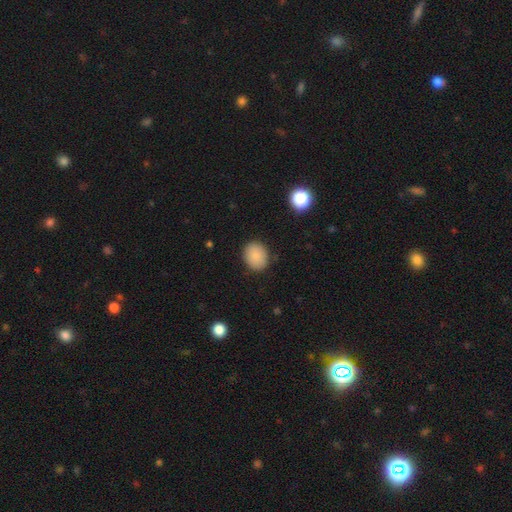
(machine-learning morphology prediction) A smooth galaxy with no disk features (86%) that is round (58%). Merging: none (87%).